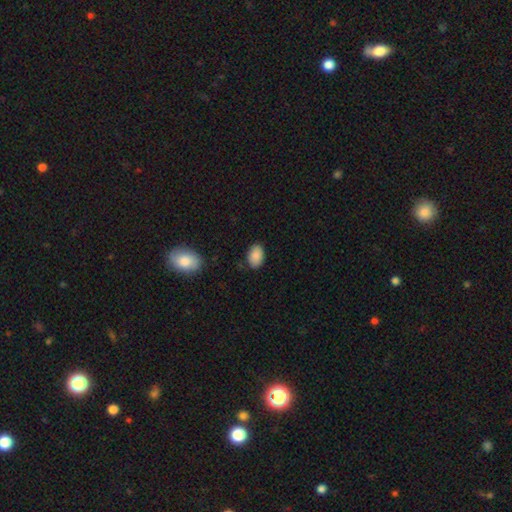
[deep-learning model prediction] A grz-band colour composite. It shows a smooth galaxy with no disk features (89%) that is in between round and cigar-shaped (89%). Merging: none (84%).